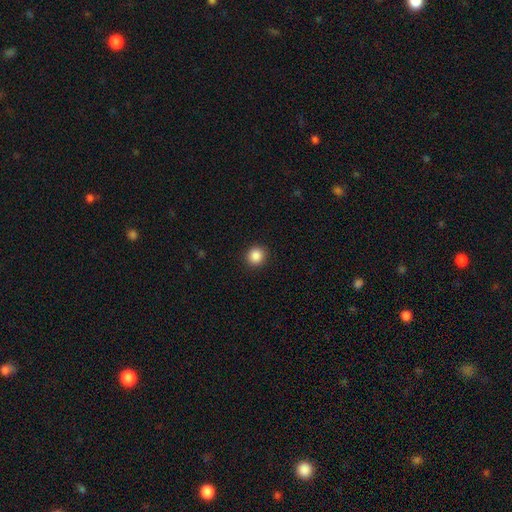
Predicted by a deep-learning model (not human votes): Smooth or featured? smooth (87%)
How rounded? round (91%)
Merging? none (92%)